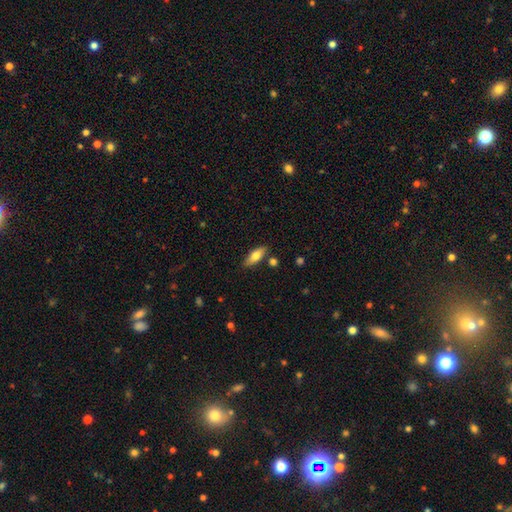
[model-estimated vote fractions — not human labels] Smooth or featured: smooth — 71% (featured or disk — 23%)
How rounded: in between — 70% (cigar-shaped — 27%)
Merging: none — 82% (minor disturbance — 11%)